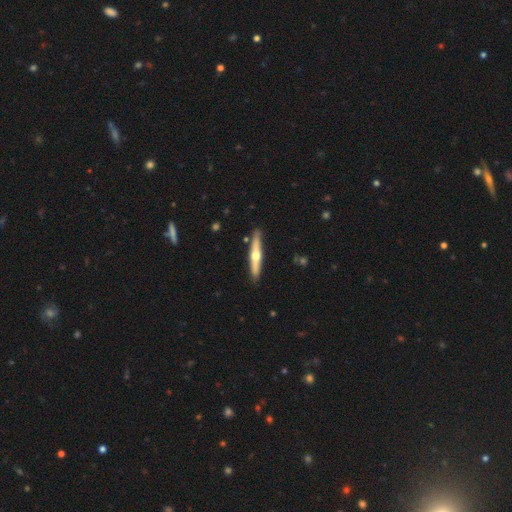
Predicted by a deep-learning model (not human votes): Smooth or featured?
  - featured or disk: 58% *
  - smooth: 38%
  - star or artifact: 5%
Edge-on disk?
  - yes: 94% *
  - no: 6%
Edge-on bulge?
  - rounded: 91% *
  - none: 7%
  - boxy: 3%
Merging?
  - none: 88% *
  - minor disturbance: 8%
  - merger: 2%
  - major disturbance: 2%